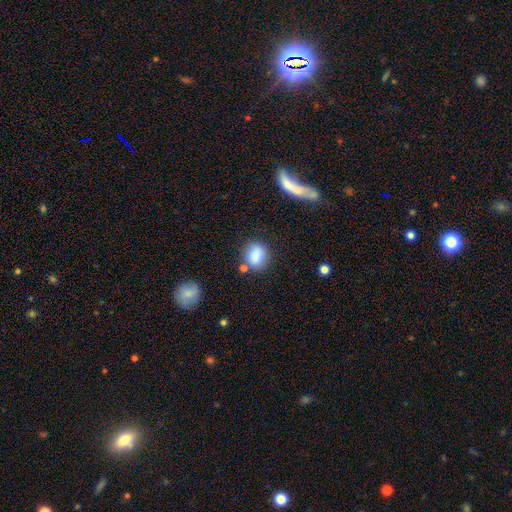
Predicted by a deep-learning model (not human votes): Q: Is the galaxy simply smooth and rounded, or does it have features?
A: smooth — 85%.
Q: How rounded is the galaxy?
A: round — 54%.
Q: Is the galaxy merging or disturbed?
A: none — 69%.